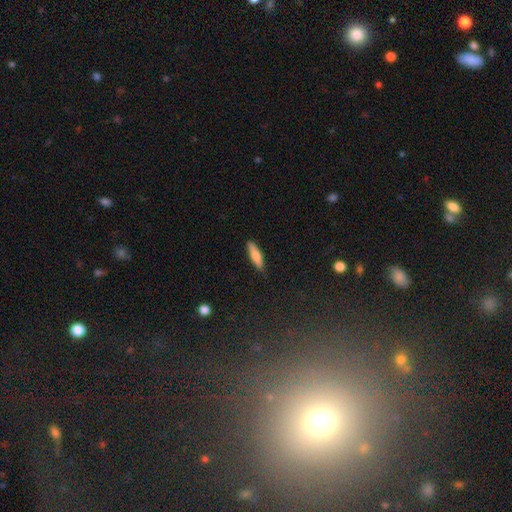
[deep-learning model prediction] Smooth or featured?
  - smooth: 73% *
  - featured or disk: 21%
  - star or artifact: 6%
How rounded?
  - cigar-shaped: 70% *
  - in between: 28%
  - round: 2%
Merging?
  - none: 85% *
  - minor disturbance: 11%
  - major disturbance: 2%
  - merger: 1%